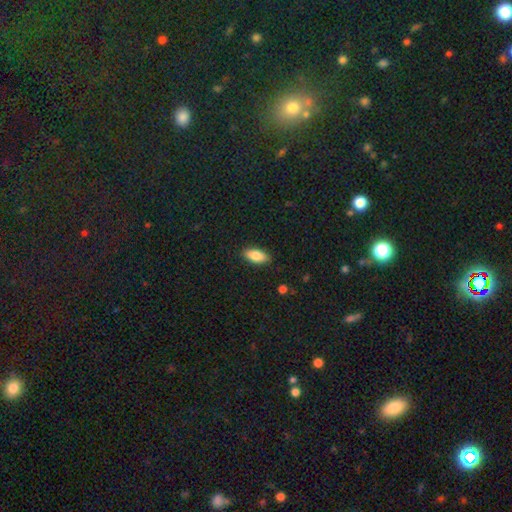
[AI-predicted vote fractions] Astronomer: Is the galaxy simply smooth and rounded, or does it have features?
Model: smooth — 81%.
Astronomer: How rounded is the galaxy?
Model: in between — 84%.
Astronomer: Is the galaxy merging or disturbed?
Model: none — 89%.